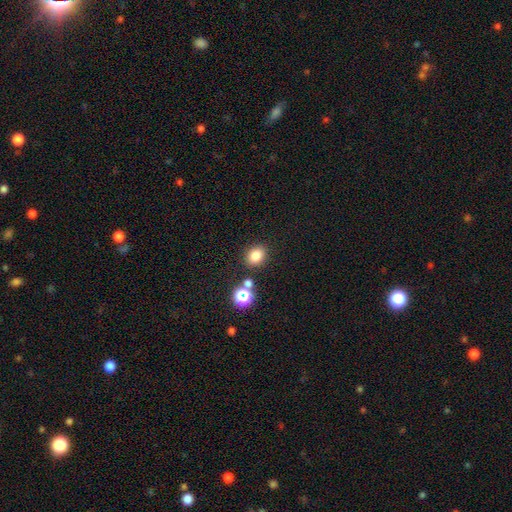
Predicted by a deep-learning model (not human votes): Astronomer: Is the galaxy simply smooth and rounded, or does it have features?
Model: smooth — 80%.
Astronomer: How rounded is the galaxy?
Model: in between — 51% (runner-up: round, 48%).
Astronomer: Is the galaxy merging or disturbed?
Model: none — 82%.